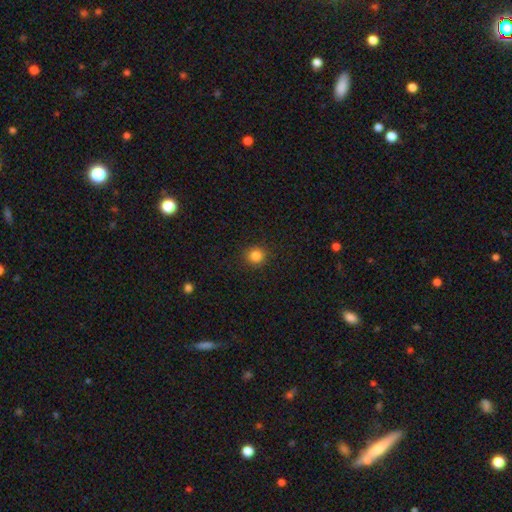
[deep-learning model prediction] Smooth or featured? smooth (84%)
How rounded? round (92%)
Merging? none (91%)